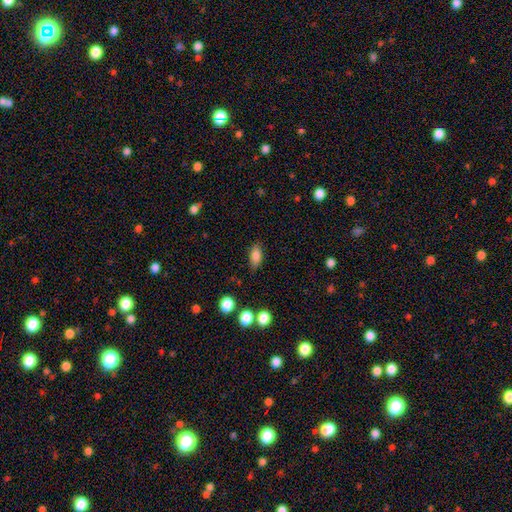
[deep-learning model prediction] Smooth or featured? smooth (83%)
How rounded? in between (85%)
Merging? none (83%)